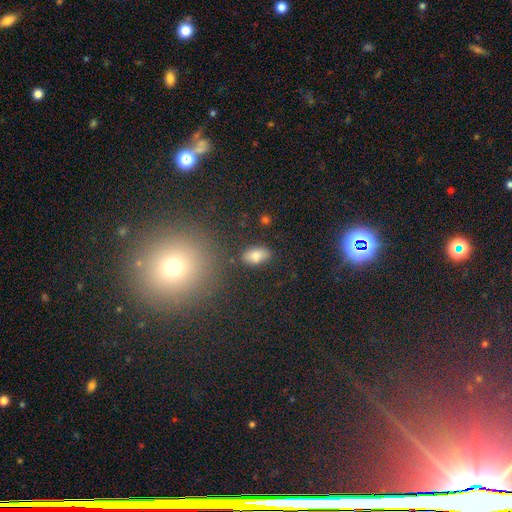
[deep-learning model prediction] A smooth galaxy with no disk features (80%) that is in between round and cigar-shaped (90%).

Vote fractions:
- Smooth or featured? smooth: 80% / star or artifact: 10% / featured or disk: 10%
- How rounded? in between: 90% / round: 7% / cigar-shaped: 3%
- Merging? none: 80% / minor disturbance: 12% / merger: 4% / major disturbance: 4%